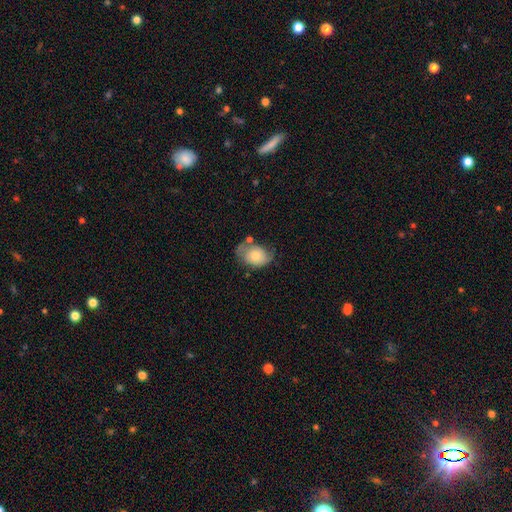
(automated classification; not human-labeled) A smooth galaxy with no disk features (66%) that is in between round and cigar-shaped (78%). Merging: none (45%).